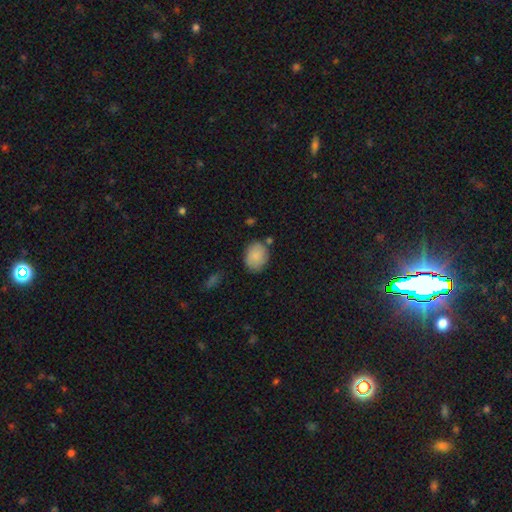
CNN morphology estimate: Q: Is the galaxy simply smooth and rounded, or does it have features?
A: smooth — 86%.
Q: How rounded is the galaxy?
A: in between — 52%.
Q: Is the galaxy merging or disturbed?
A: none — 74%.